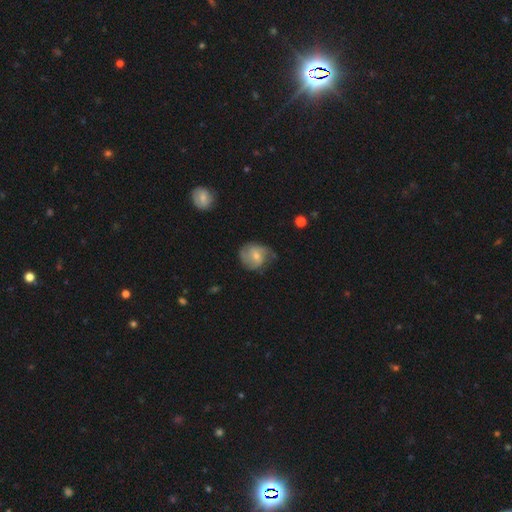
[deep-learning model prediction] A featured or disk galaxy (57%) with no bar (56%), spiral arms (84%) and a small central bulge (53%). Merging: none (54%).